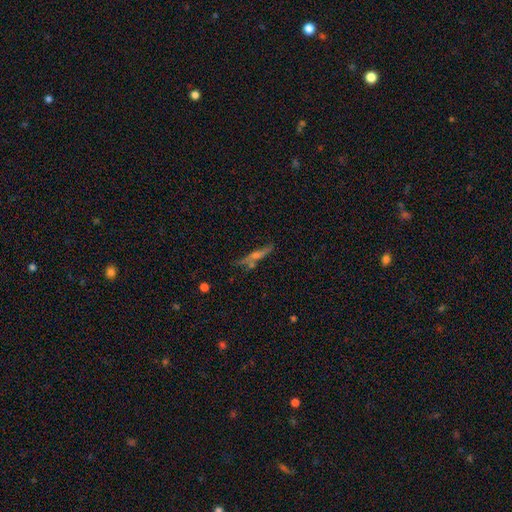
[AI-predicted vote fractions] The model was most divided on "smooth or featured": featured or disk: 56%, smooth: 30%, star or artifact: 14%. More confident: edge-on disk — yes (85%); merging — none (65%).